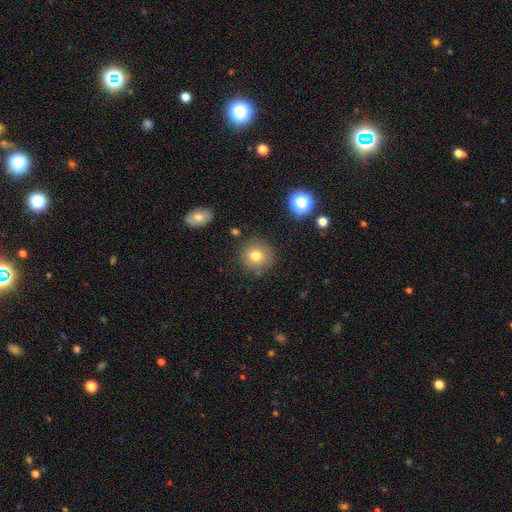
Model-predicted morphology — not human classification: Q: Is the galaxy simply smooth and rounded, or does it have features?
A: smooth — 76%.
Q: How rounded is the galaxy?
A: round — 92%.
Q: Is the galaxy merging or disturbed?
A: none — 85%.